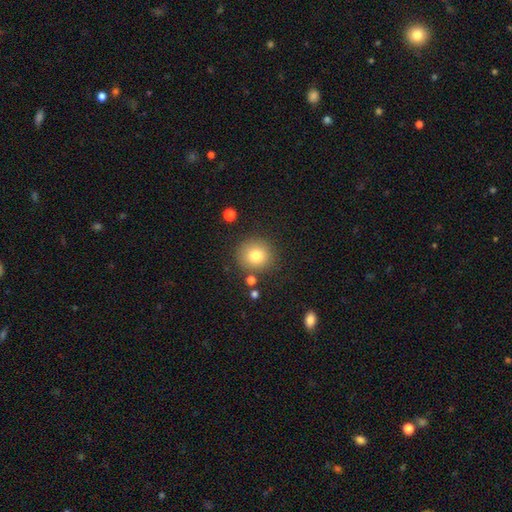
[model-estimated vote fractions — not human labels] Morphology: type=smooth (79%); roundness=round (91%); merging=none (85%).